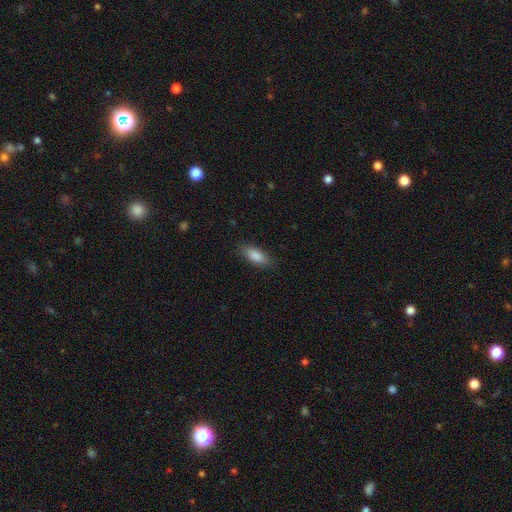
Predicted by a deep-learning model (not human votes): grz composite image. It shows a smooth galaxy with no disk features (87%) that is in between round and cigar-shaped (77%). Merging: none (85%).